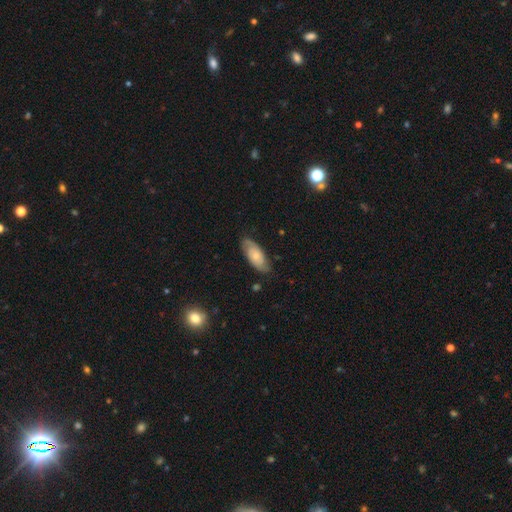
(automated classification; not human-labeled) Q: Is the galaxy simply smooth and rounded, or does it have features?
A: smooth — 50%.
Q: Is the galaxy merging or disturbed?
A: none — 77%.